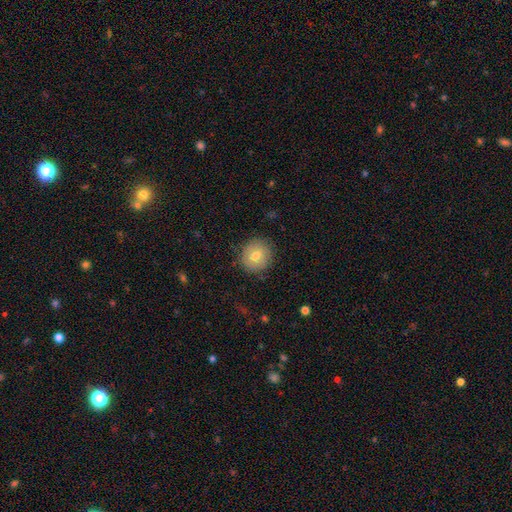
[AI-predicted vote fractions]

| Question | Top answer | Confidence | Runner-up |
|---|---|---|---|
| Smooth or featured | smooth | 73% | featured or disk (18%) |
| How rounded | round | 86% | in between (13%) |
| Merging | none | 85% | minor disturbance (11%) |